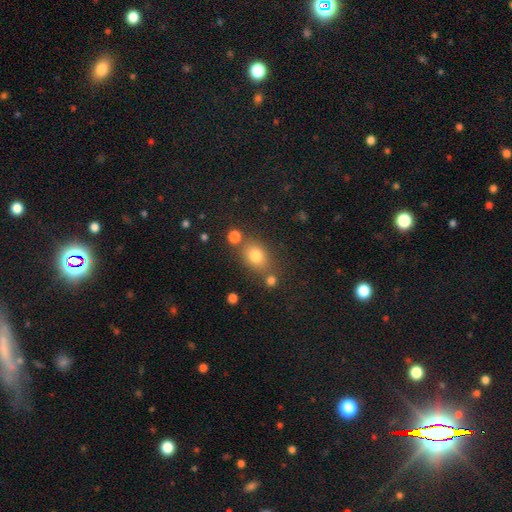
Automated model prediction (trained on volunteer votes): Smooth or featured? Predicted: smooth (p=0.78). How rounded? Predicted: in between (p=0.57). Merging? Predicted: none (p=0.69).